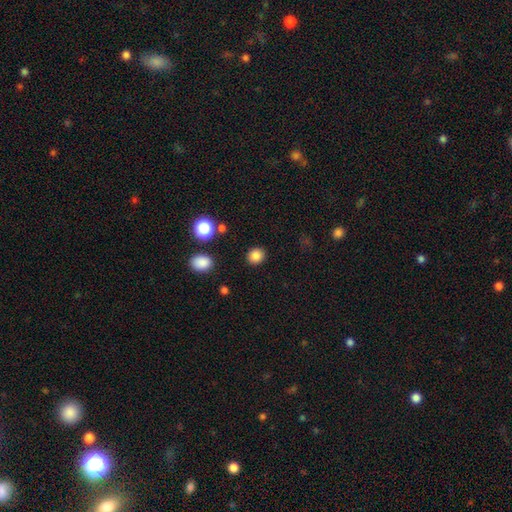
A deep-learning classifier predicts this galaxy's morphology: Smooth or featured?
  - smooth: 84% *
  - star or artifact: 12%
  - featured or disk: 4%
How rounded?
  - round: 79% *
  - in between: 20%
  - cigar-shaped: 1%
Merging?
  - none: 89% *
  - minor disturbance: 7%
  - major disturbance: 3%
  - merger: 2%